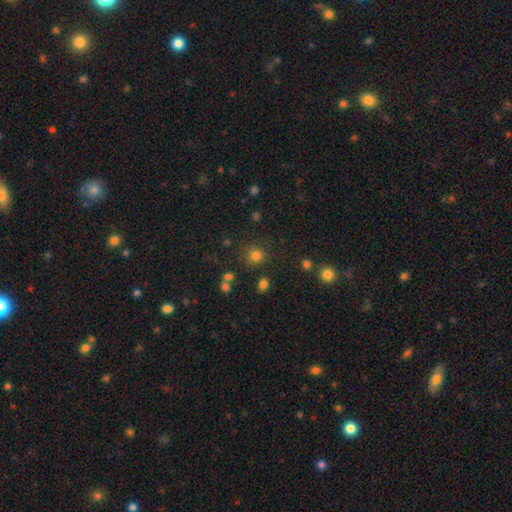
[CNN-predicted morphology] This is likely a smooth galaxy (78%). How rounded: clearly round (88%). Merging: likely none (79%).